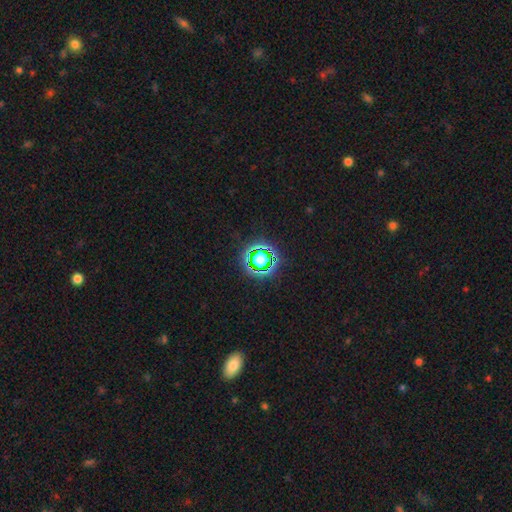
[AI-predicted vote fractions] Q: Smooth or featured?
A: star or artifact (75%); runner-up: smooth (18%)